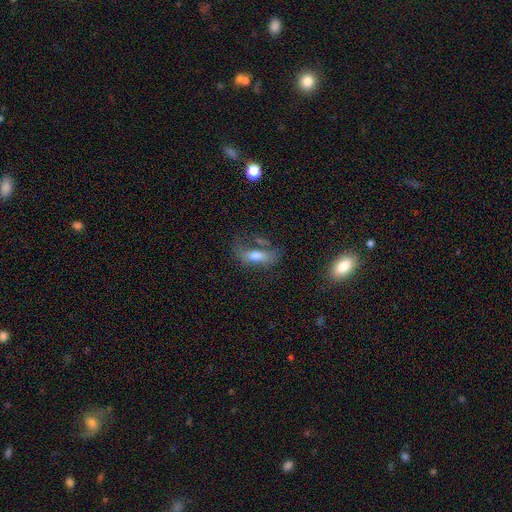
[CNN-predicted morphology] This is possibly a smooth galaxy (57%). How rounded: likely in between (63%). Merging: marginally none (43%).